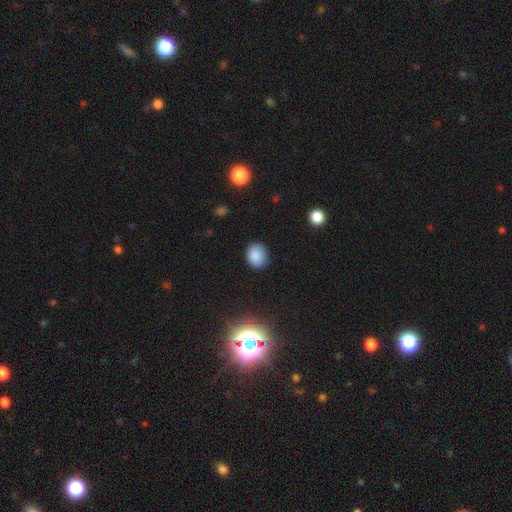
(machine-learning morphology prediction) Smooth or featured: smooth — 86% (star or artifact — 10%)
How rounded: round — 62% (in between — 37%)
Merging: none — 85% (minor disturbance — 11%)